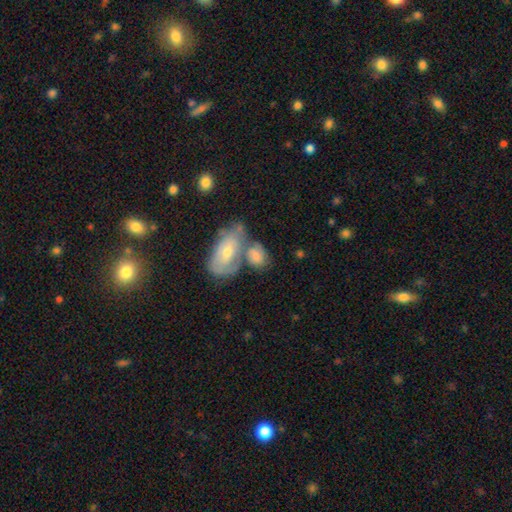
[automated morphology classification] The model was most divided on "merging": merger: 47%, none: 29%, minor disturbance: 16%, major disturbance: 8%. More confident: how rounded — in between (79%); smooth or featured — smooth (58%).